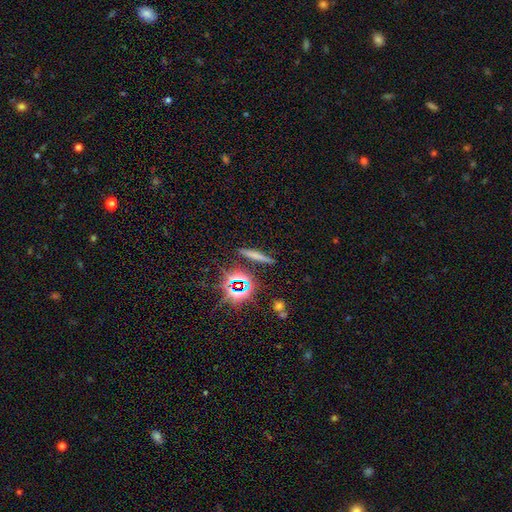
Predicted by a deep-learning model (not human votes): Q: Smooth or featured?
A: smooth (57%); runner-up: star or artifact (23%)
Q: How rounded?
A: cigar-shaped (88%); runner-up: in between (7%)
Q: Merging?
A: none (84%); runner-up: minor disturbance (9%)